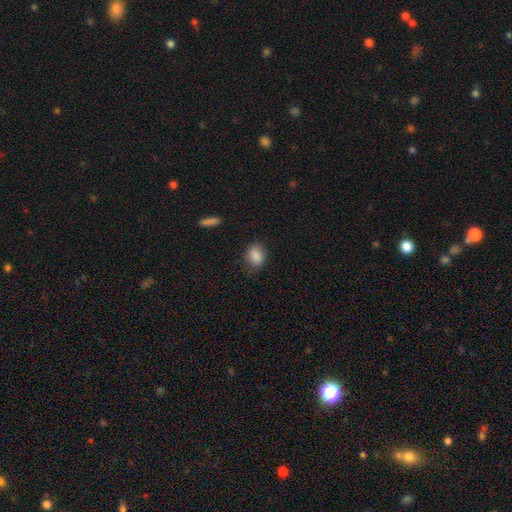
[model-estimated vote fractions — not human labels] smooth 87%, star or artifact 9%, featured or disk 5%. Down the decision tree: how rounded — in between (67%); merging — none (76%).